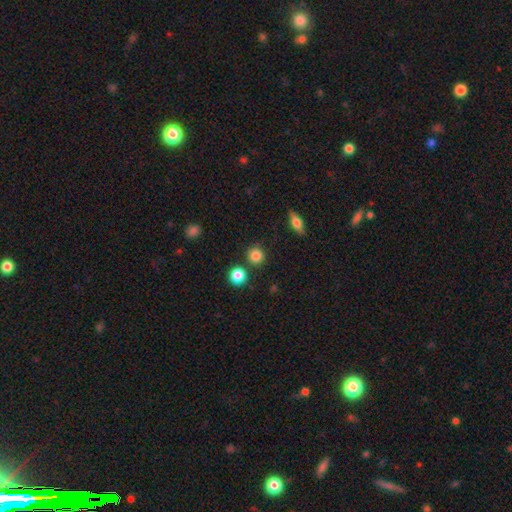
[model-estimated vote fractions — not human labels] smooth_or_featured: smooth (p=0.84) [alt: star or artifact p=0.11]
how_rounded: round (p=0.93) [alt: in between p=0.06]
merging: none (p=0.86) [alt: minor disturbance p=0.06]